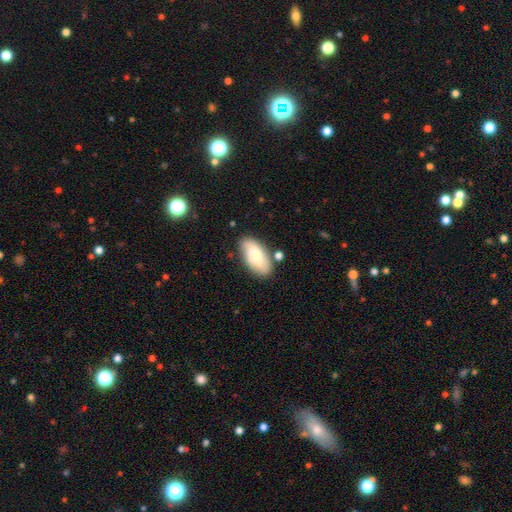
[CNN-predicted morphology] A smooth galaxy with no disk features (68%) that is in between round and cigar-shaped (92%).

Vote fractions:
- Smooth or featured? smooth: 68% / featured or disk: 25% / star or artifact: 7%
- How rounded? in between: 92% / cigar-shaped: 5% / round: 3%
- Merging? none: 73% / minor disturbance: 16% / merger: 7% / major disturbance: 4%